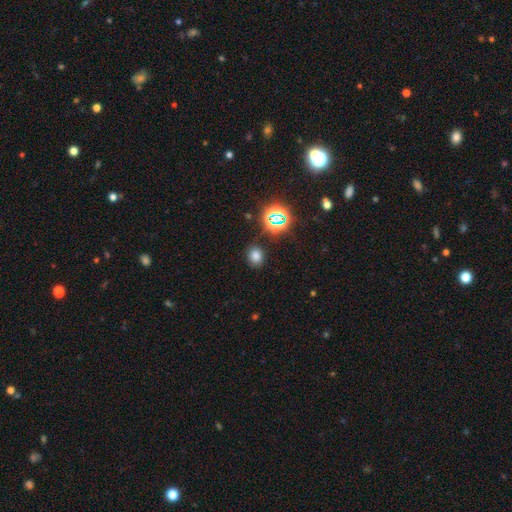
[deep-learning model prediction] Smooth or featured? Predicted: smooth (p=0.72). How rounded? Predicted: round (p=0.54). Merging? Predicted: none (p=0.84).